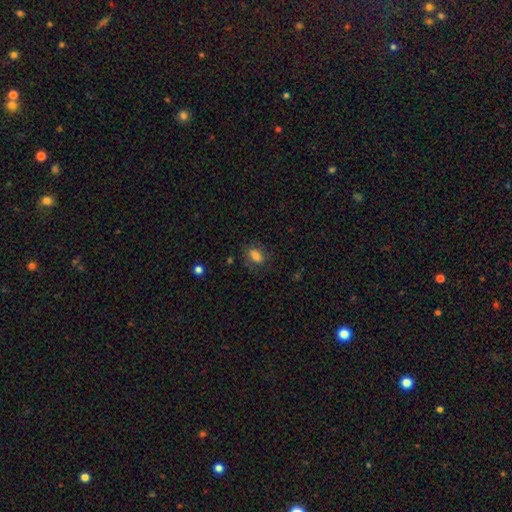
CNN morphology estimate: Q: Smooth or featured?
A: smooth (80%); runner-up: star or artifact (11%)
Q: How rounded?
A: in between (82%); runner-up: round (12%)
Q: Merging?
A: none (73%); runner-up: minor disturbance (18%)